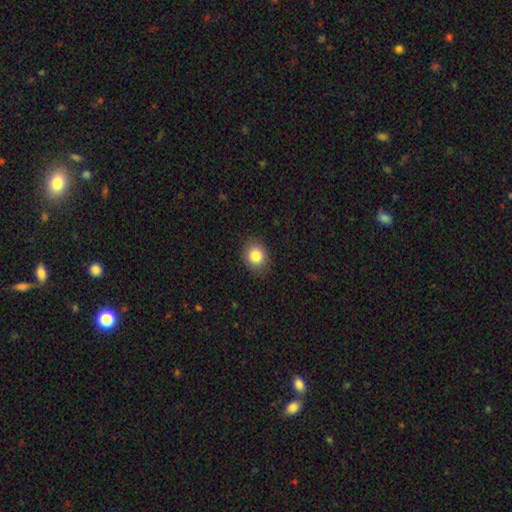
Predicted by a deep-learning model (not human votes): Smooth or featured: smooth — 84% (star or artifact — 10%)
How rounded: round — 67% (in between — 32%)
Merging: none — 88% (minor disturbance — 9%)